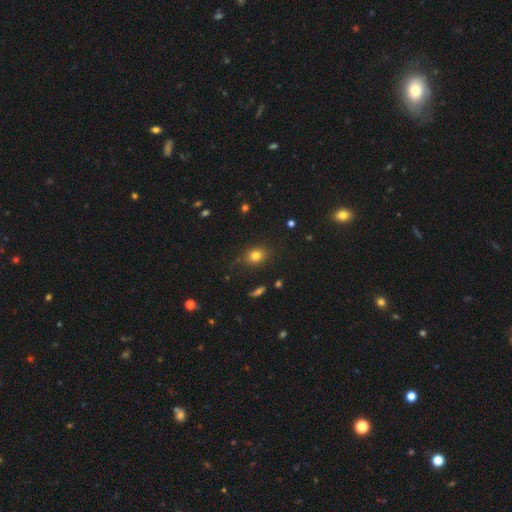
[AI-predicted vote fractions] Overall: smooth (78%). How rounded: in between (50%; round 48%). Merging: none (80%).